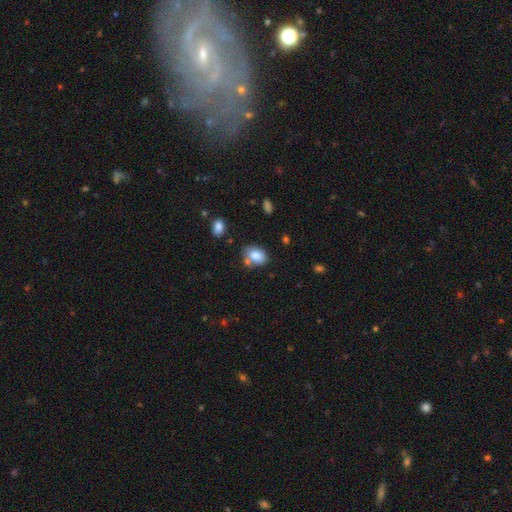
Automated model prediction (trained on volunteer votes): Smooth or featured? Predicted: smooth (p=0.83). How rounded? Predicted: in between (p=0.79). Merging? Predicted: none (p=0.59).